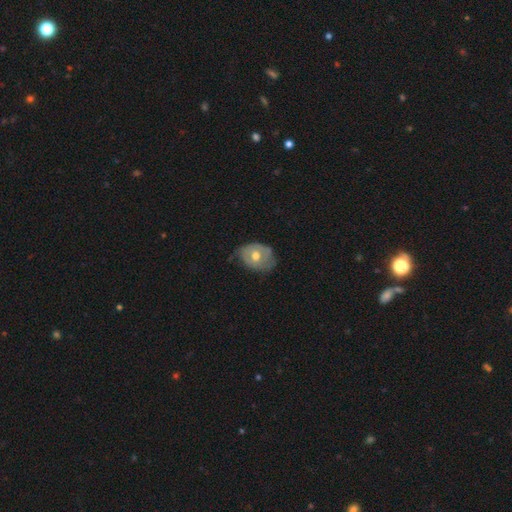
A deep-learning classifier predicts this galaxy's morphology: A smooth galaxy with no disk features (47%).

Vote fractions:
- Smooth or featured? smooth: 47% / featured or disk: 46% / star or artifact: 6%
- Merging? none: 48% / minor disturbance: 38% / major disturbance: 13% / merger: 2%